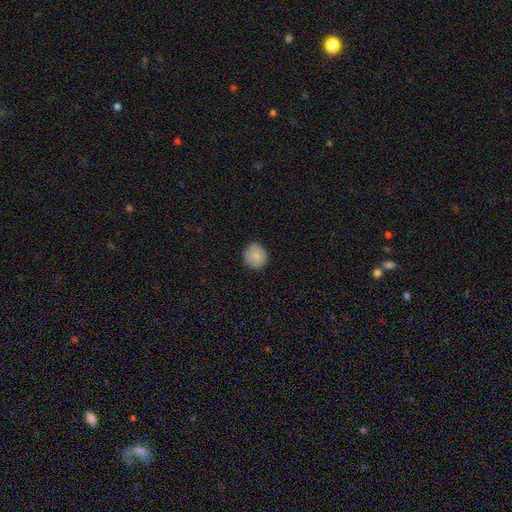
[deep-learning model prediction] smooth_or_featured: smooth (p=0.87) [alt: star or artifact p=0.07]
how_rounded: round (p=0.92) [alt: in between p=0.07]
merging: none (p=0.88) [alt: minor disturbance p=0.09]